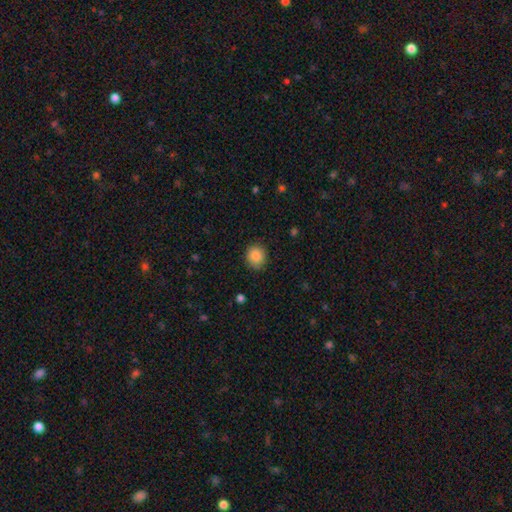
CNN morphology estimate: A smooth galaxy with no disk features (87%) that is round (79%). Merging: none (86%).